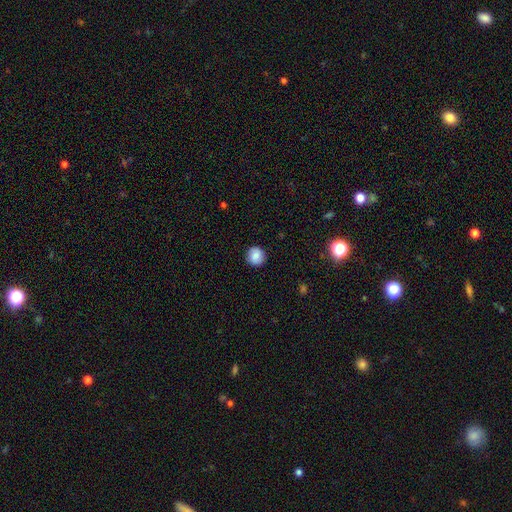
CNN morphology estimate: smooth-or-featured: smooth: 84% | star or artifact: 9% | featured or disk: 7%
  how-rounded: round: 92% | in between: 7% | cigar-shaped: 1%
  merging: none: 90% | minor disturbance: 7% | major disturbance: 2% | merger: 1%